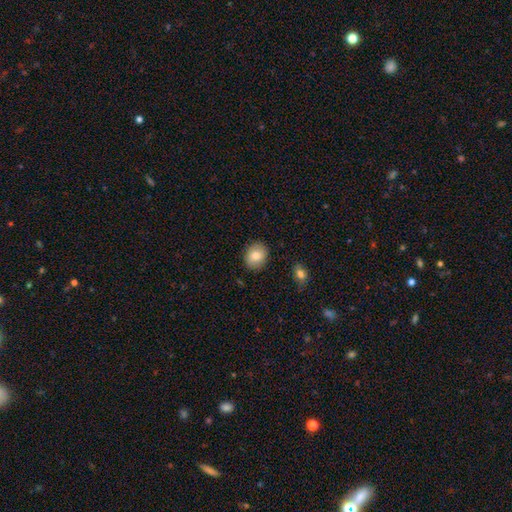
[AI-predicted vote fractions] Smooth or featured? smooth (80%)
How rounded? round (55%)
Merging? none (87%)